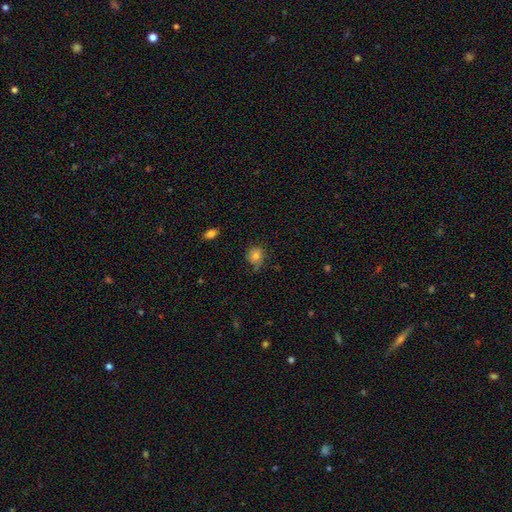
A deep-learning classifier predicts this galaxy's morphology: Smooth or featured: smooth — 67% (featured or disk — 23%)
How rounded: round — 75% (in between — 24%)
Merging: none — 53% (minor disturbance — 28%)